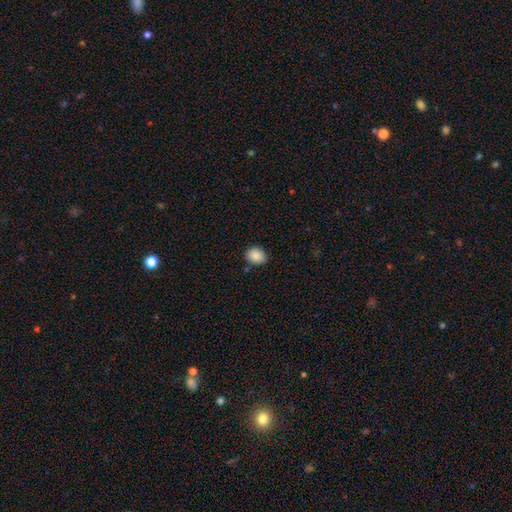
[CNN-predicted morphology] Smooth or featured?
  - smooth: 88% *
  - star or artifact: 8%
  - featured or disk: 3%
How rounded?
  - round: 53% *
  - in between: 46%
  - cigar-shaped: 1%
Merging?
  - none: 80% *
  - minor disturbance: 15%
  - major disturbance: 3%
  - merger: 2%